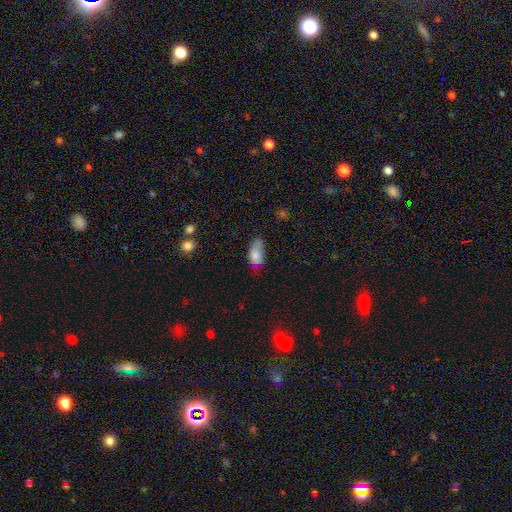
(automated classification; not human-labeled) The model was most divided on "merging": none: 51%, minor disturbance: 35%, major disturbance: 10%, merger: 4%. More confident: how rounded — in between (89%); smooth or featured — smooth (80%).